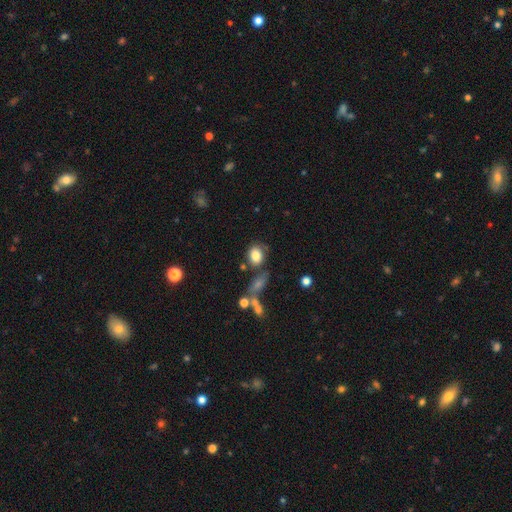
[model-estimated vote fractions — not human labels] Smooth or featured? Predicted: smooth (p=0.80). How rounded? Predicted: in between (p=0.52). Merging? Predicted: none (p=0.59).